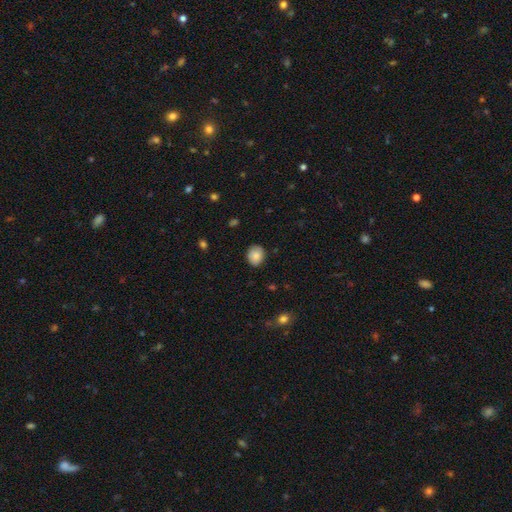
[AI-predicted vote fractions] smooth 84%, featured or disk 8%, star or artifact 8%. Down the decision tree: how rounded — round (64%); merging — none (84%).